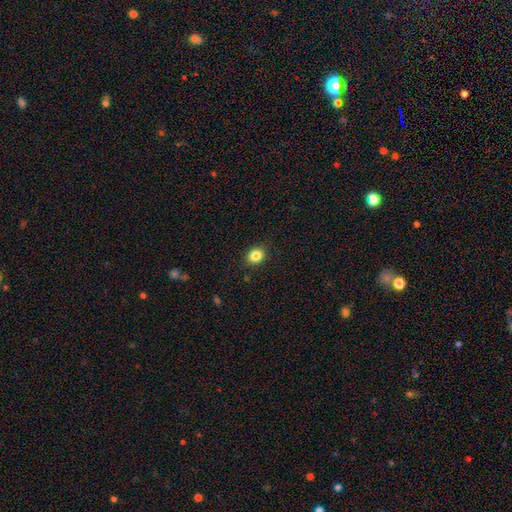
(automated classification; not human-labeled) Overall: smooth (84%). How rounded: round (65%; in between 34%). Merging: none (89%).